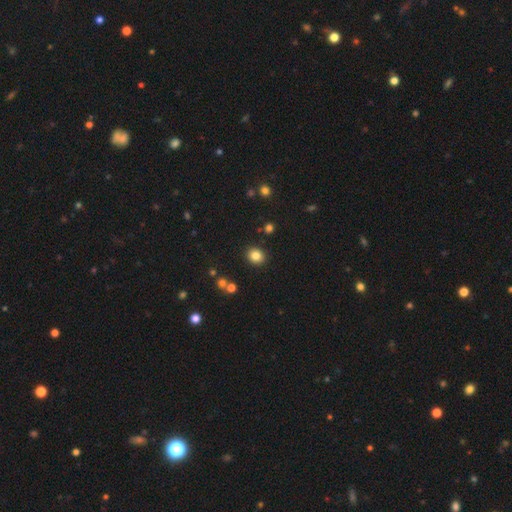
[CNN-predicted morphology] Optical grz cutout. It shows a smooth galaxy with no disk features (83%) that is round (70%). Merging: none (89%).